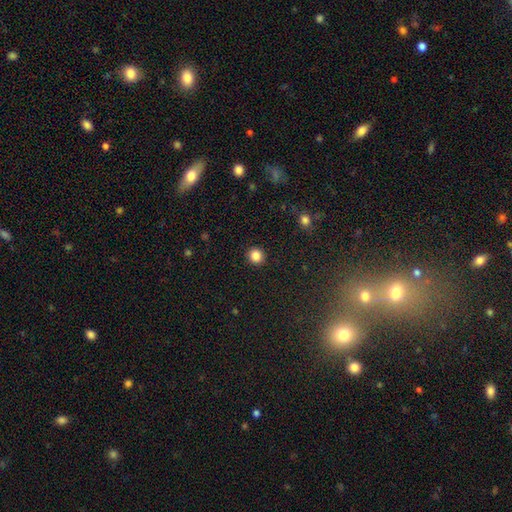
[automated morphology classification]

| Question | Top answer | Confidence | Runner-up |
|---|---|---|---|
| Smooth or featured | smooth | 86% | star or artifact (11%) |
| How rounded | round | 92% | in between (7%) |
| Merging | none | 93% | minor disturbance (5%) |